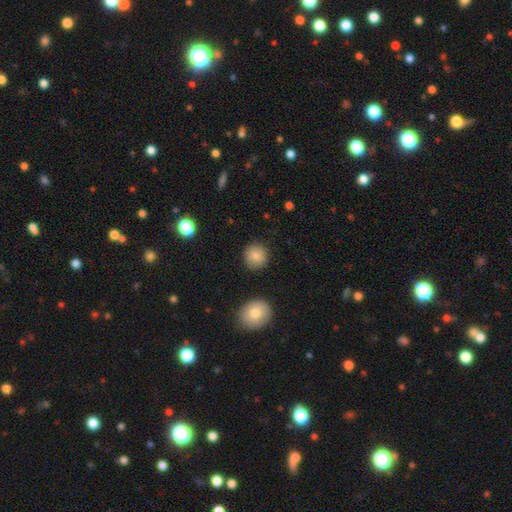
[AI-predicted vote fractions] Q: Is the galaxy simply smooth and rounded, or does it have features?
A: smooth — 85%.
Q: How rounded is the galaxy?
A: round — 93%.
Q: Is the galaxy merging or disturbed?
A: none — 89%.